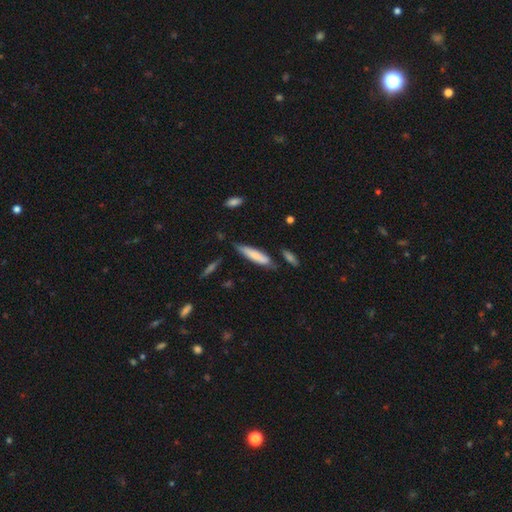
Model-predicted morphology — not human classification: smooth_or_featured: smooth (p=0.74) [alt: featured or disk p=0.20]
how_rounded: cigar-shaped (p=0.79) [alt: in between p=0.20]
merging: none (p=0.65) [alt: minor disturbance p=0.23]